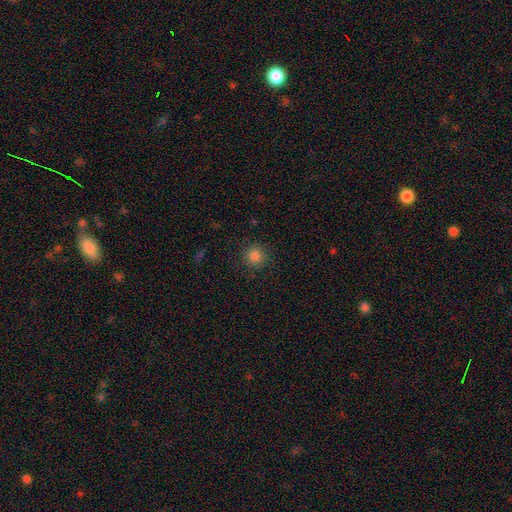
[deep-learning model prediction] Morphology: type=smooth (84%); roundness=round (93%); merging=none (89%).